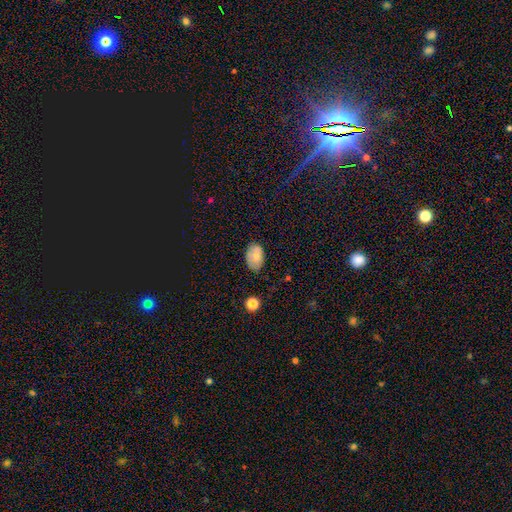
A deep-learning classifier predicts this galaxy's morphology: Smooth or featured? Predicted: smooth (p=0.72). How rounded? Predicted: in between (p=0.88). Merging? Predicted: none (p=0.70).